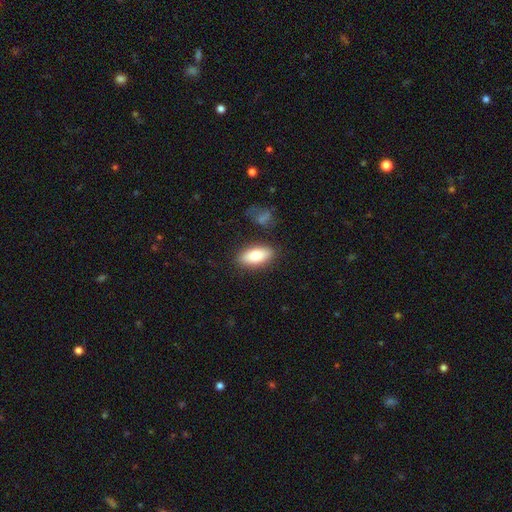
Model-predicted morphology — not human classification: This is likely a smooth galaxy (79%). How rounded: clearly in between (87%). Merging: clearly none (83%).